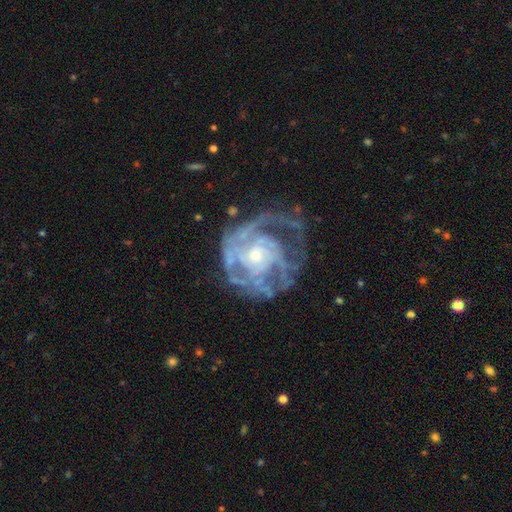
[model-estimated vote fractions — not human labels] featured or disk 85%, smooth 9%, star or artifact 7%. Down the decision tree: edge-on disk — no (98%); bar — no (78%); spiral arms — yes (86%); spiral arm count — can't tell (42%); spiral winding — tight (60%); bulge size — small (58%); merging — none (53%).